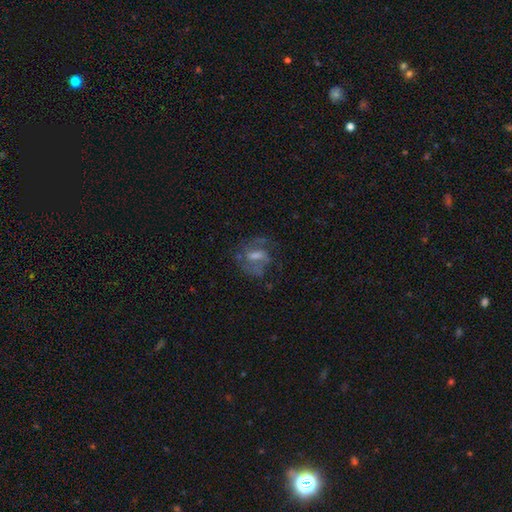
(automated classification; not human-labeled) Overall: featured or disk (68%). Edge-on disk: no (95%). Bar: weak (51%; no 27%). Spiral arms: yes (80%). Spiral arm count: 2 (57%; can't tell 24%). Spiral winding: medium (48%; loose 26%). Bulge size: moderate (41%; small 36%). Merging: none (61%).